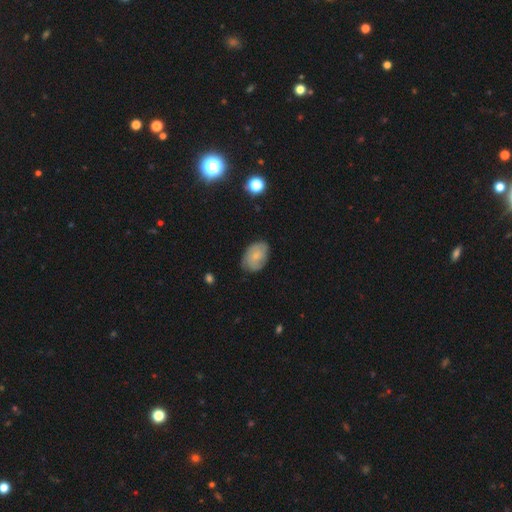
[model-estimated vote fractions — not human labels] This appears to be a smooth galaxy with no disk features (58%) that is in between round and cigar-shaped (82%). Merging: none (71%).